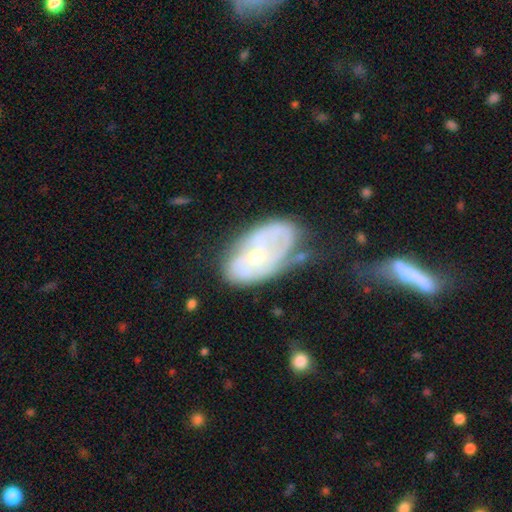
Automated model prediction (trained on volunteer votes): A featured or disk galaxy (67%) with no bar (76%), spiral arms (57%) and a small central bulge (58%).

Vote fractions:
- Smooth or featured? featured or disk: 67% / smooth: 26% / star or artifact: 7%
- Edge-on disk? no: 94% / yes: 6%
- Bar? no: 76% / weak: 19% / strong: 5%
- Spiral arms? yes: 57% / no: 43%
- Bulge size? small: 58% / moderate: 38% / large: 2% / none: 1% / dominant: 1%
- Merging? none: 41% / minor disturbance: 29% / major disturbance: 20% / merger: 10%